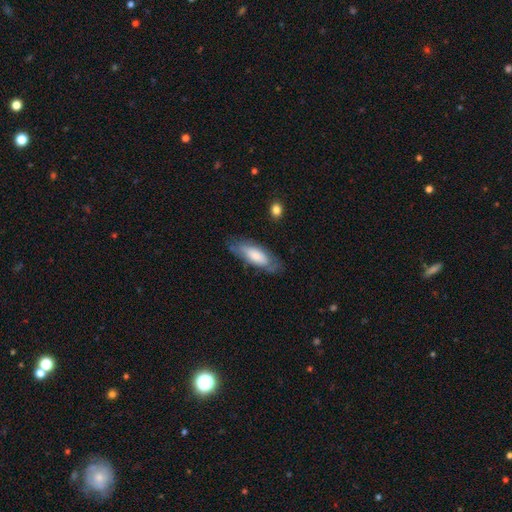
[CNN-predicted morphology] Smooth or featured? smooth (66%)
How rounded? in between (67%)
Merging? none (68%)